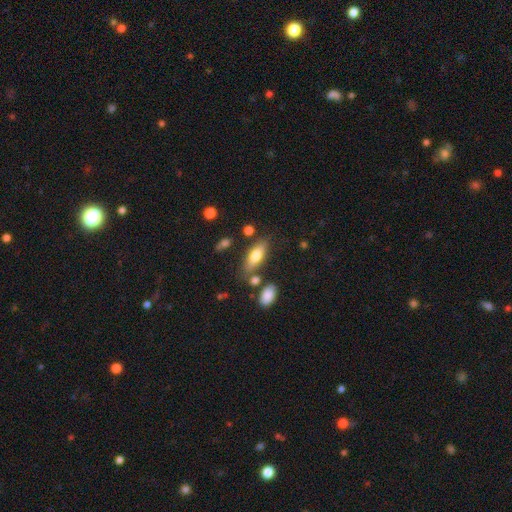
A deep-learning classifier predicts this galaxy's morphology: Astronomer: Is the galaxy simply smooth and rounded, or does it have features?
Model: smooth — 72%.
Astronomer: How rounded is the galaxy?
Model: in between — 71%.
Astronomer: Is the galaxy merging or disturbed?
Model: none — 74%.